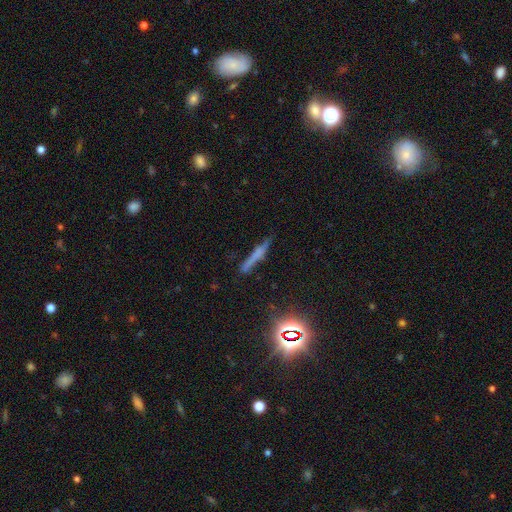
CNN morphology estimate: This appears to be a smooth galaxy with no disk features (45%). Merging: none (74%).